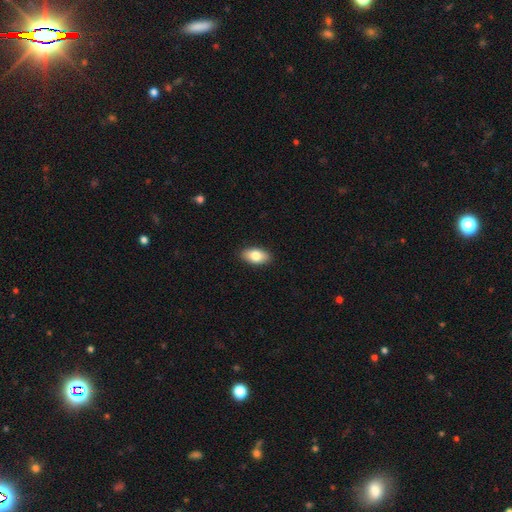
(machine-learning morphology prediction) A smooth galaxy with no disk features (82%) that is in between round and cigar-shaped (93%).

Vote fractions:
- Smooth or featured? smooth: 82% / featured or disk: 12% / star or artifact: 7%
- How rounded? in between: 93% / round: 4% / cigar-shaped: 3%
- Merging? none: 90% / minor disturbance: 7% / major disturbance: 2% / merger: 1%